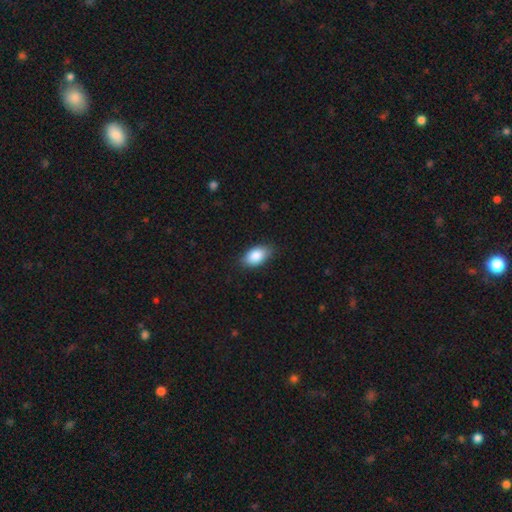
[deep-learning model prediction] smooth 88%, star or artifact 7%, featured or disk 6%. Down the decision tree: how rounded — in between (92%); merging — none (82%).